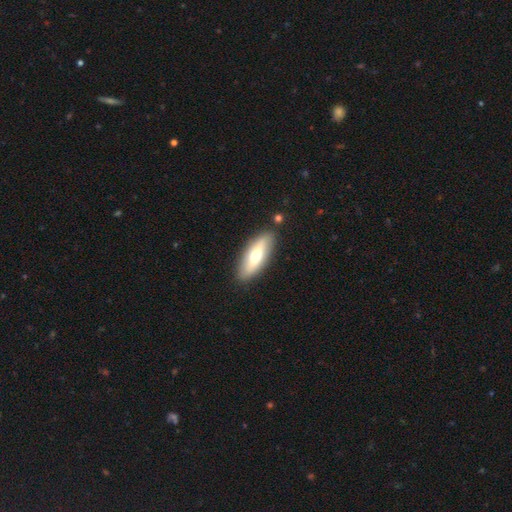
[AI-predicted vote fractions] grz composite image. It shows a smooth galaxy with no disk features (59%) that is in between round and cigar-shaped (62%). Merging: none (86%).